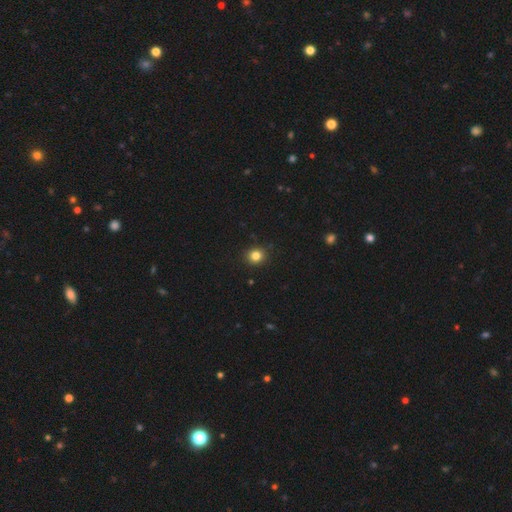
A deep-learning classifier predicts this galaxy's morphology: smooth_or_featured: smooth (p=0.83) [alt: star or artifact p=0.12]
how_rounded: round (p=0.85) [alt: in between p=0.14]
merging: none (p=0.90) [alt: minor disturbance p=0.07]